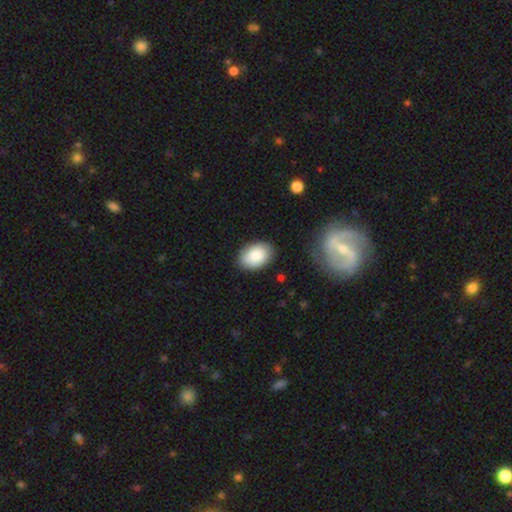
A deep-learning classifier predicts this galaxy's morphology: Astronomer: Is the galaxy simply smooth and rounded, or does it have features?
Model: smooth — 80%.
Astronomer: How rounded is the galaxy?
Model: in between — 83%.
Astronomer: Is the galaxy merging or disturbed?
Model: none — 80%.